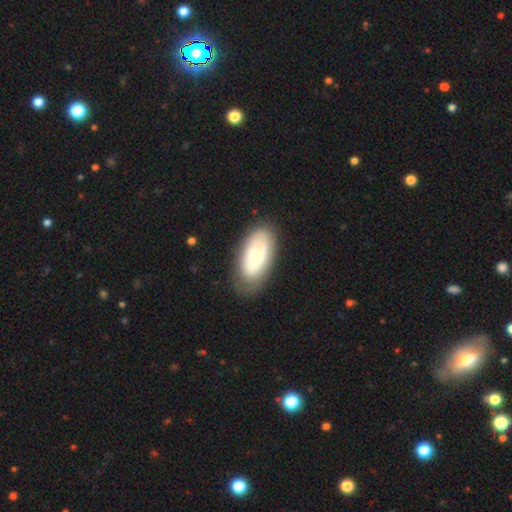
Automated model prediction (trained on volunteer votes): Overall: smooth (51%; featured or disk 43%). How rounded: in between (92%). Merging: none (75%).